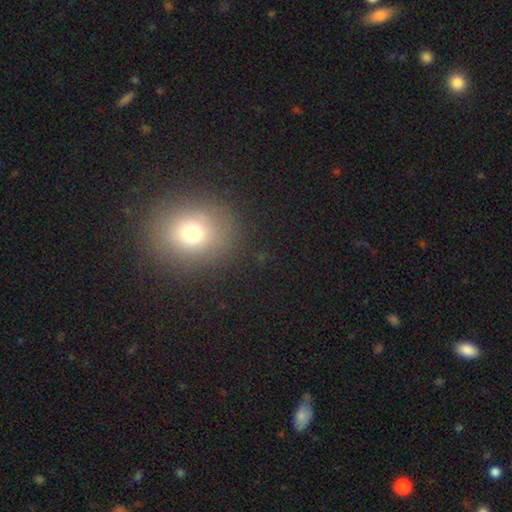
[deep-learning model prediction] This is likely a smooth galaxy (69%). How rounded: likely round (74%). Merging: clearly none (91%).